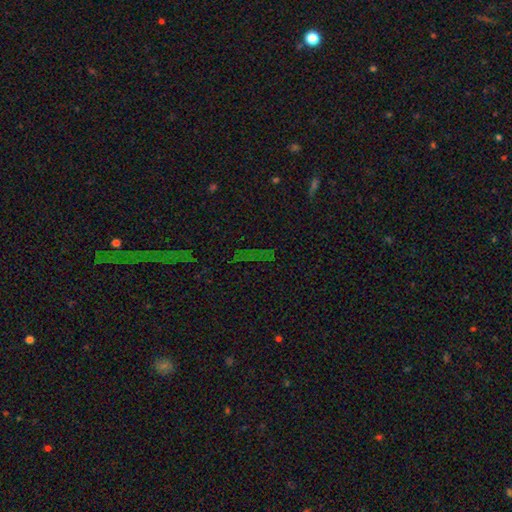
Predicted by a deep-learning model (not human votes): Q: Smooth or featured?
A: star or artifact (74%); runner-up: smooth (14%)